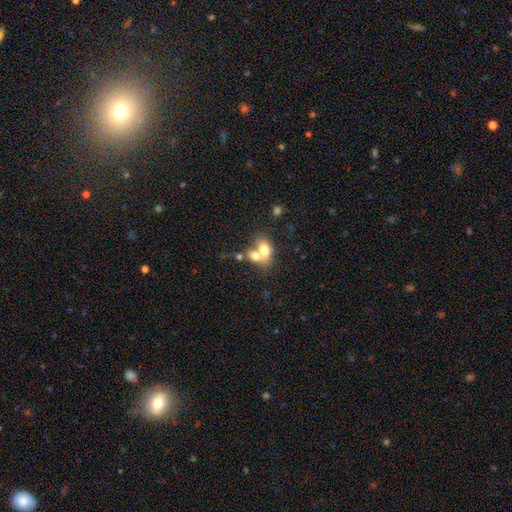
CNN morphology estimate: smooth-or-featured: smooth: 70% | featured or disk: 21% | star or artifact: 9%
  how-rounded: in between: 70% | round: 28% | cigar-shaped: 2%
  merging: merger: 66% | none: 23% | minor disturbance: 7% | major disturbance: 4%